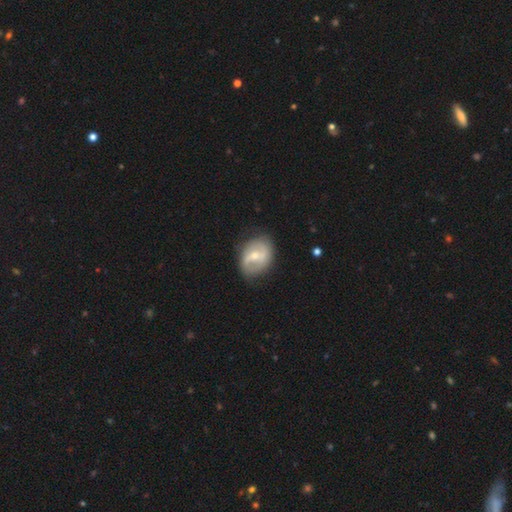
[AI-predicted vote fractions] Smooth or featured? featured or disk (68%)
Edge-on disk? no (96%)
Bar? weak (49%)
Spiral arms? yes (76%)
Bulge size? small (49%)
Merging? none (71%)